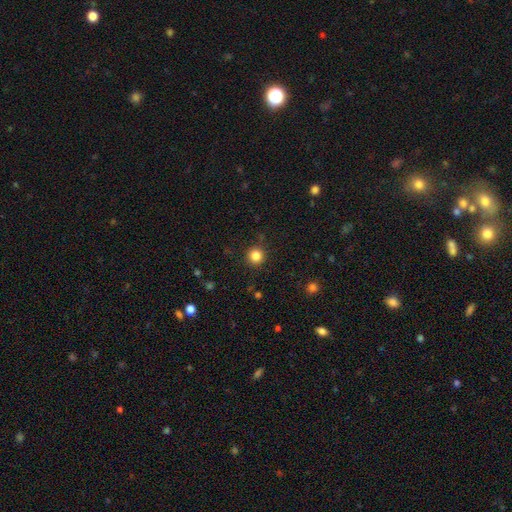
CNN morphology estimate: smooth-or-featured: smooth: 83% | star or artifact: 12% | featured or disk: 4%
  how-rounded: round: 94% | in between: 5% | cigar-shaped: 1%
  merging: none: 90% | minor disturbance: 6% | major disturbance: 2% | merger: 1%